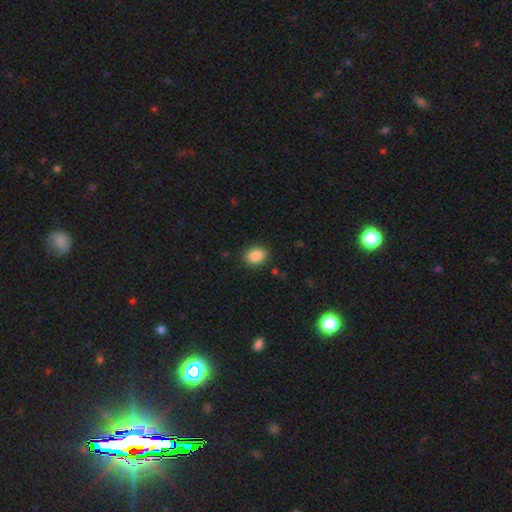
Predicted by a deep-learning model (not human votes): smooth 87%, star or artifact 9%, featured or disk 4%. Down the decision tree: how rounded — in between (53%); merging — none (86%).